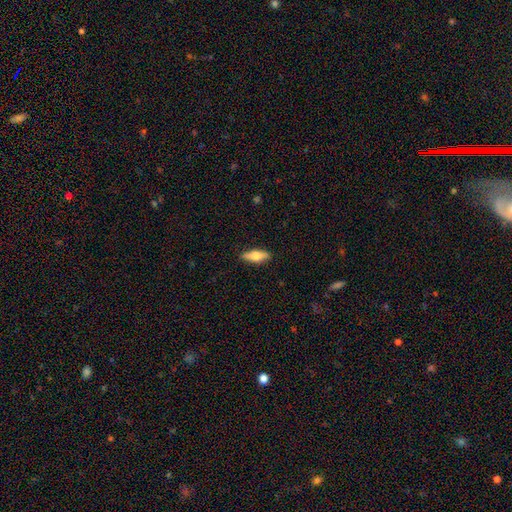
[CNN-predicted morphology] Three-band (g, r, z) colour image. It shows a smooth galaxy with no disk features (52%) that is in between round and cigar-shaped (57%). Merging: none (88%).